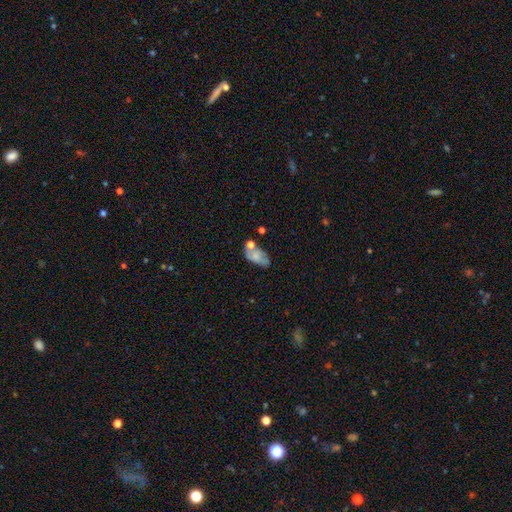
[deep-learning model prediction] Smooth or featured?
  - smooth: 56% *
  - featured or disk: 35%
  - star or artifact: 9%
How rounded?
  - in between: 90% *
  - round: 7%
  - cigar-shaped: 3%
Merging?
  - none: 40% *
  - merger: 24%
  - minor disturbance: 23%
  - major disturbance: 12%